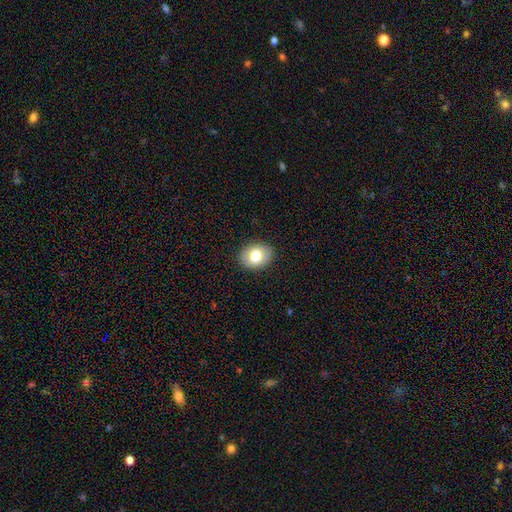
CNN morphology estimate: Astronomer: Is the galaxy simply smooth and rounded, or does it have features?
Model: smooth — 78%.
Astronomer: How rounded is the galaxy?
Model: in between — 61% (runner-up: round, 38%).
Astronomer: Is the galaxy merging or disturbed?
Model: none — 88%.